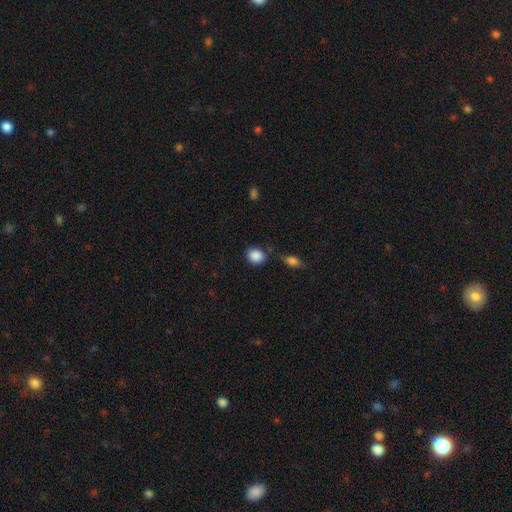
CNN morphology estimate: A smooth galaxy with no disk features (88%) that is round (70%). Merging: none (74%).